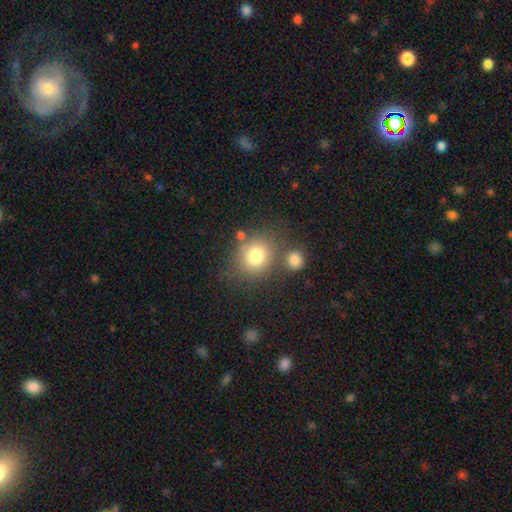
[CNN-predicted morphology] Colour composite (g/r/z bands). It shows a smooth galaxy with no disk features (78%) that is round (78%). Merging: none (65%).